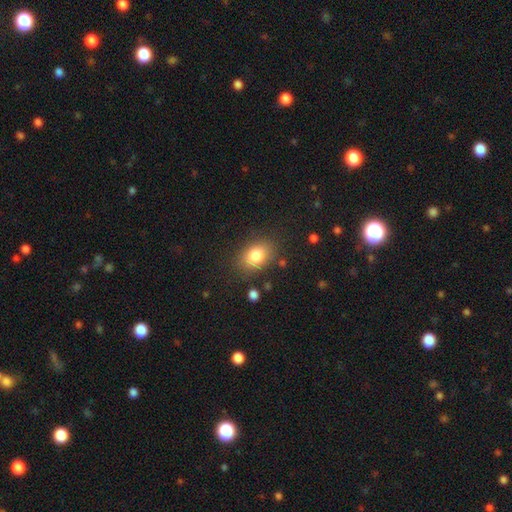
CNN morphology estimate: smooth_or_featured: smooth (p=0.82) [alt: featured or disk p=0.09]
how_rounded: in between (p=0.74) [alt: round p=0.25]
merging: none (p=0.80) [alt: minor disturbance p=0.13]